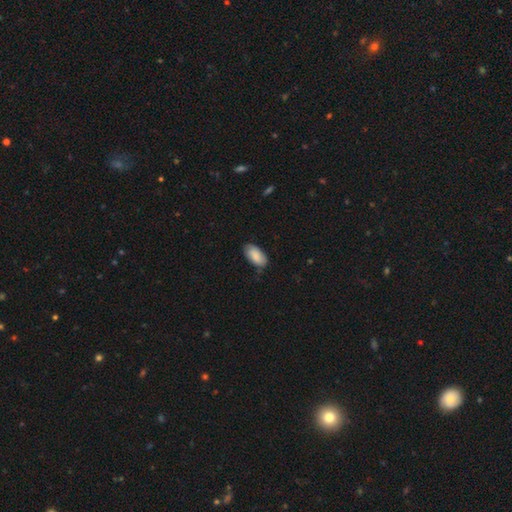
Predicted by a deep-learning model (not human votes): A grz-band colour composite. It shows a smooth galaxy with no disk features (83%) that is in between round and cigar-shaped (94%). Merging: none (71%).